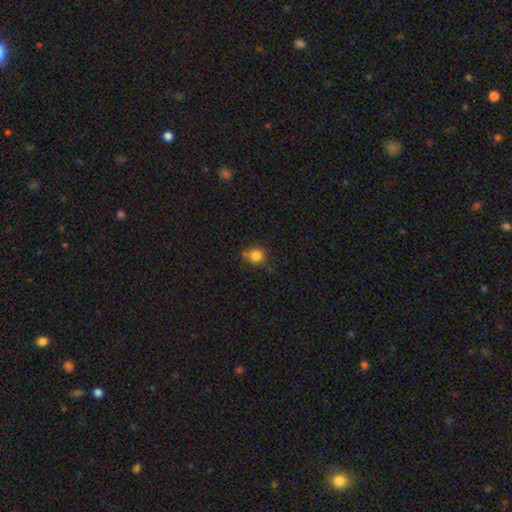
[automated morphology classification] A smooth galaxy with no disk features (82%) that is round (84%).

Vote fractions:
- Smooth or featured? smooth: 82% / star or artifact: 12% / featured or disk: 6%
- How rounded? round: 84% / in between: 15% / cigar-shaped: 1%
- Merging? none: 67% / minor disturbance: 20% / merger: 7% / major disturbance: 5%